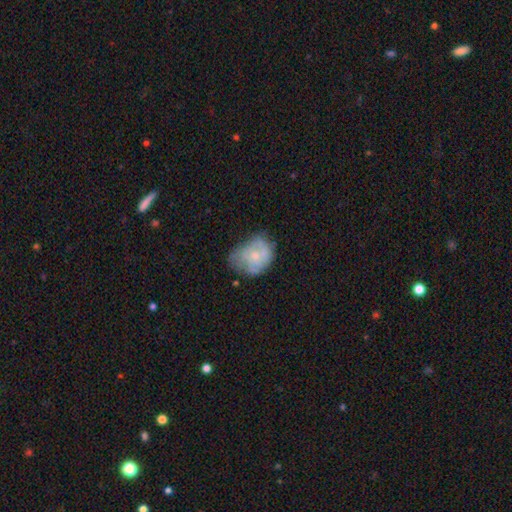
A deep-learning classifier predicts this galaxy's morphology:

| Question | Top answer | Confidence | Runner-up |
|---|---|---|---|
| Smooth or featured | featured or disk | 48% | smooth (43%) |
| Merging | none | 38% | minor disturbance (37%) |